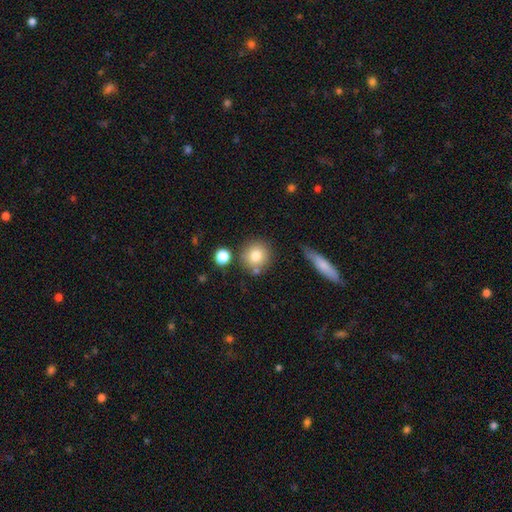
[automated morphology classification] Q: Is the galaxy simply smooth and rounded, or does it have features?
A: smooth — 79%.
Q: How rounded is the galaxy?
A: round — 92%.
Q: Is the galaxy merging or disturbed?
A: none — 76%.